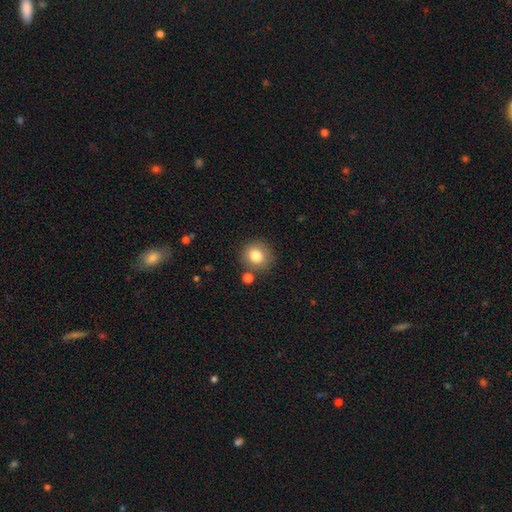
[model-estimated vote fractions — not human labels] Smooth or featured?
  - smooth: 81% *
  - star or artifact: 10%
  - featured or disk: 8%
How rounded?
  - round: 88% *
  - in between: 11%
  - cigar-shaped: 1%
Merging?
  - none: 81% *
  - minor disturbance: 9%
  - merger: 7%
  - major disturbance: 3%